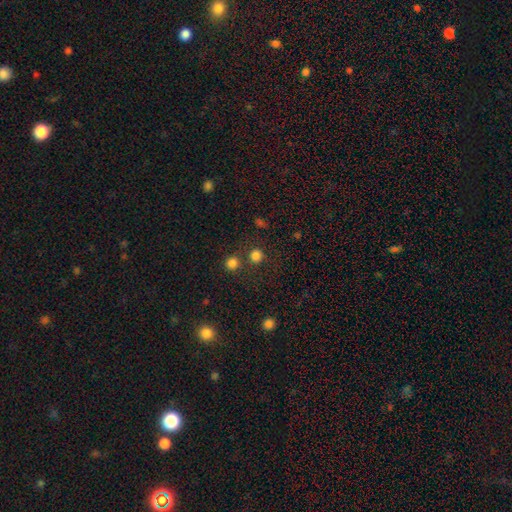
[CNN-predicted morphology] smooth_or_featured: smooth (p=0.80) [alt: star or artifact p=0.16]
how_rounded: round (p=0.91) [alt: in between p=0.08]
merging: none (p=0.73) [alt: merger p=0.16]